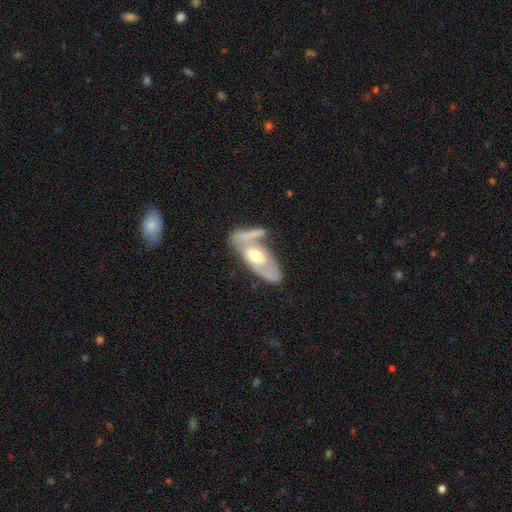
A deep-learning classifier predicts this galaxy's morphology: Smooth or featured: featured or disk — 65% (smooth — 29%)
Edge-on disk: no — 79% (yes — 21%)
Bar: no — 65% (weak — 25%)
Spiral arms: no — 50% (tied with yes — 50%)
Bulge size: moderate — 71% (small — 16%)
Merging: none — 38% (merger — 33%)